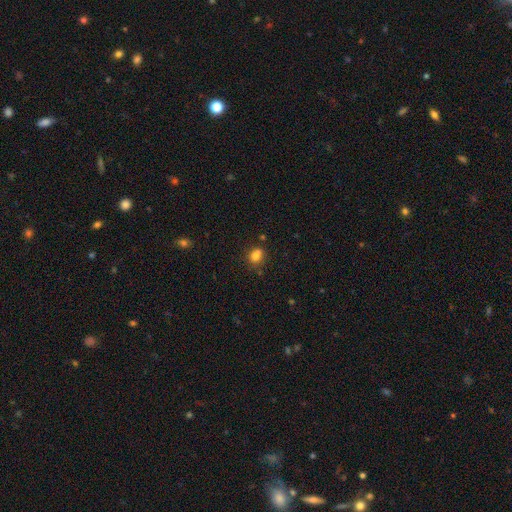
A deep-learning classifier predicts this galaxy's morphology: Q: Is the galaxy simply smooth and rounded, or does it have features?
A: smooth — 79%.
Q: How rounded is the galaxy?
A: round — 56%.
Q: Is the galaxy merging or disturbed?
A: none — 62%.